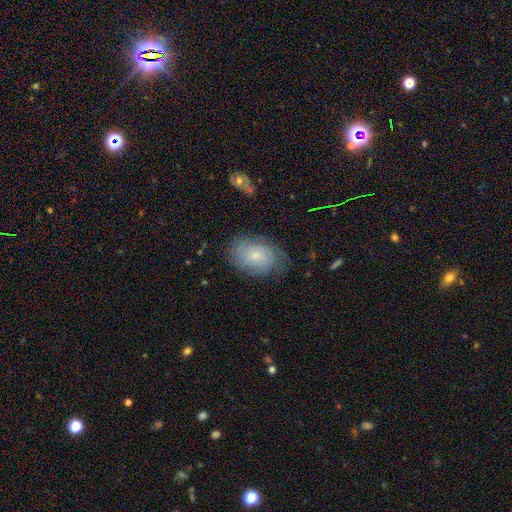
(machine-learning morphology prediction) type=featured or disk (51%); edge-on=no (96%); merging=none (70%).